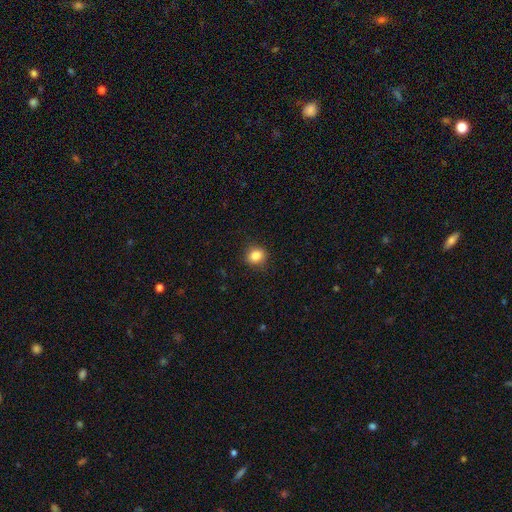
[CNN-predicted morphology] smooth_or_featured: smooth (p=0.85) [alt: star or artifact p=0.11]
how_rounded: round (p=0.75) [alt: in between p=0.24]
merging: none (p=0.88) [alt: minor disturbance p=0.09]